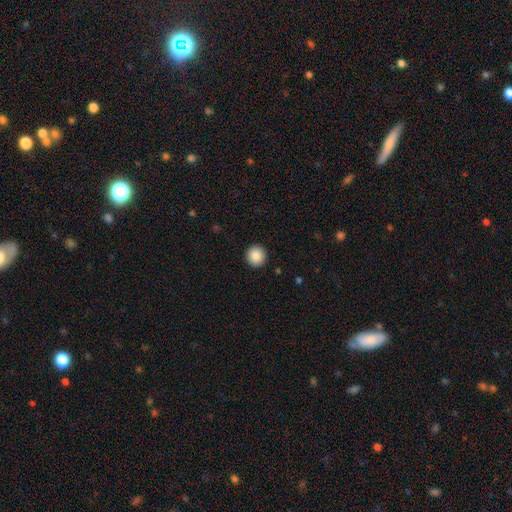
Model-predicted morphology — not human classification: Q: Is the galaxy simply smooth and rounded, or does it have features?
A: smooth — 88%.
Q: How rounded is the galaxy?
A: round — 95%.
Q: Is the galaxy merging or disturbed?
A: none — 93%.